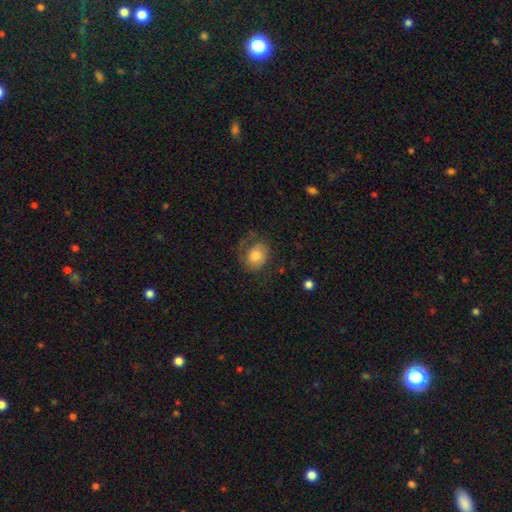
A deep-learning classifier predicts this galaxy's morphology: This is possibly a smooth galaxy (59%). How rounded: possibly in between (51%). Merging: possibly none (49%).